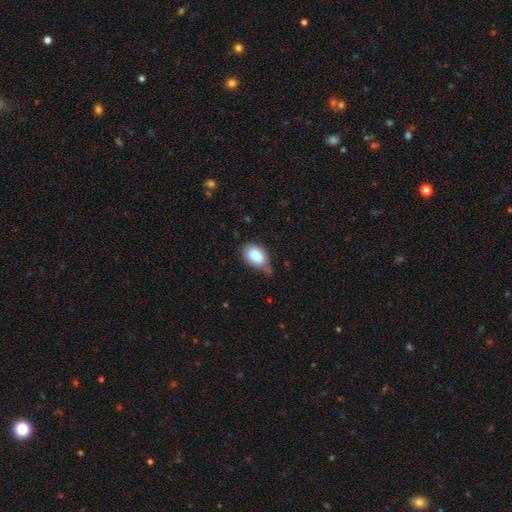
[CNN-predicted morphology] A smooth galaxy with no disk features (86%) that is in between round and cigar-shaped (87%). Merging: none (45%).